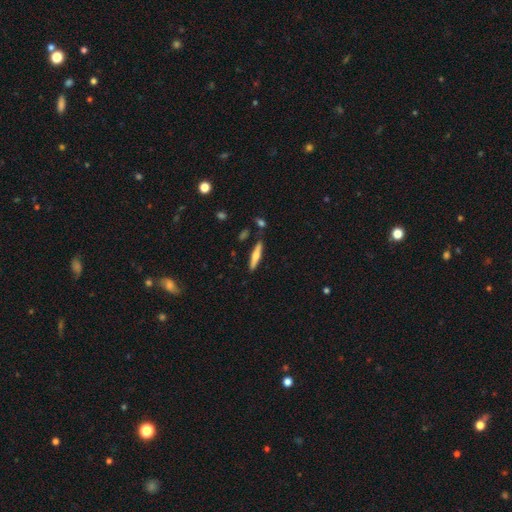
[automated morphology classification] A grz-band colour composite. It shows a smooth galaxy with no disk features (57%) that is cigar-shaped (87%). Merging: none (83%).